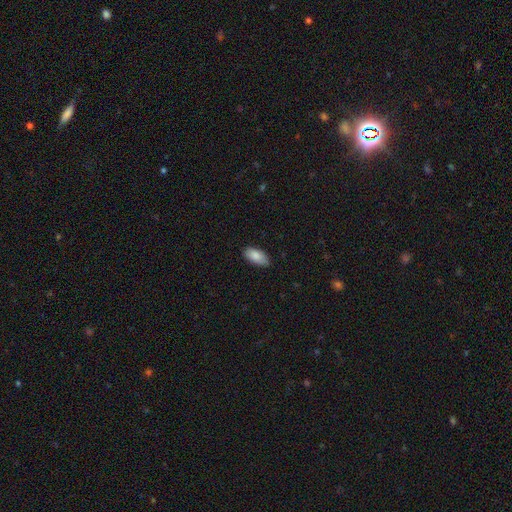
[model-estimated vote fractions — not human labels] smooth-or-featured: smooth: 86% | featured or disk: 8% | star or artifact: 6%
  how-rounded: in between: 93% | cigar-shaped: 5% | round: 2%
  merging: none: 84% | minor disturbance: 13% | major disturbance: 2% | merger: 1%